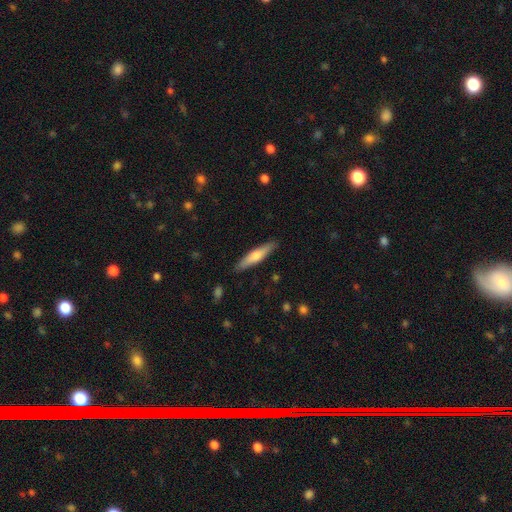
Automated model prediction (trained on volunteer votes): Q: Smooth or featured?
A: smooth (59%); runner-up: featured or disk (36%)
Q: How rounded?
A: cigar-shaped (83%); runner-up: in between (15%)
Q: Merging?
A: none (89%); runner-up: minor disturbance (8%)